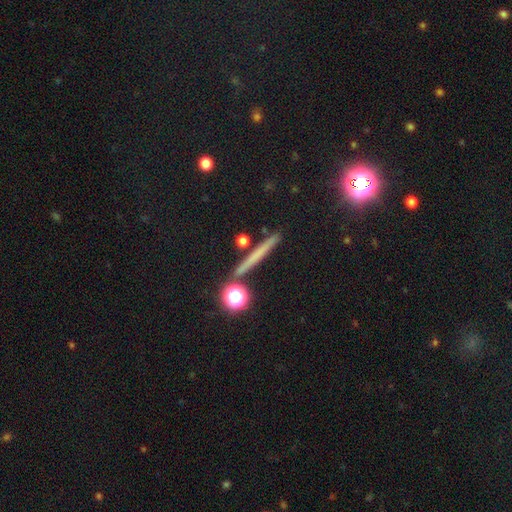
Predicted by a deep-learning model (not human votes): Q: Smooth or featured?
A: smooth (46%); runner-up: featured or disk (39%)
Q: Merging?
A: none (87%); runner-up: minor disturbance (7%)